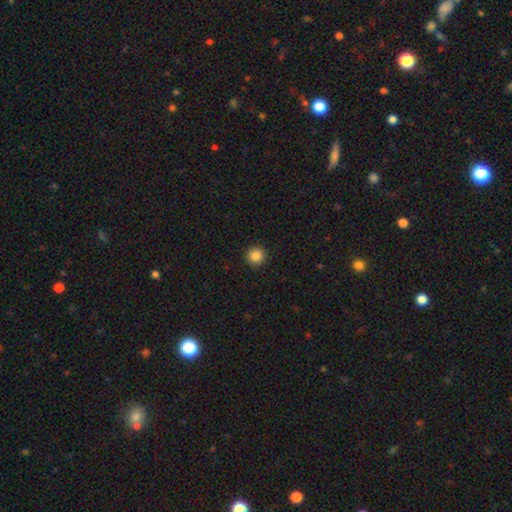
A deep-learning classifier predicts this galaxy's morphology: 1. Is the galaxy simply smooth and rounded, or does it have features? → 86% smooth, 10% star or artifact, 4% featured or disk.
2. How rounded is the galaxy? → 95% round, 4% in between, 1% cigar-shaped.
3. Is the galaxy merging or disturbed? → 93% none, 4% minor disturbance, 2% major disturbance, 1% merger.